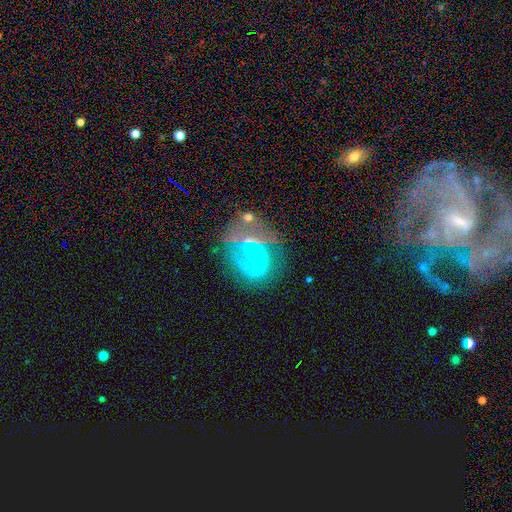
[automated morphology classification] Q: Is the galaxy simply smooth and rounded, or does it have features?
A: featured or disk — 79%.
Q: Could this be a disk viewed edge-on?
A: no — 98%.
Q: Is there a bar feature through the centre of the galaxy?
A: weak — 40%.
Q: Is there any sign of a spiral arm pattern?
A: yes — 81%.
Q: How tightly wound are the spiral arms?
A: loose — 41%.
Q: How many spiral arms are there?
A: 2 — 57%.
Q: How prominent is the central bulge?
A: small — 49%.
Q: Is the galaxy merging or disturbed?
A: none — 46%.